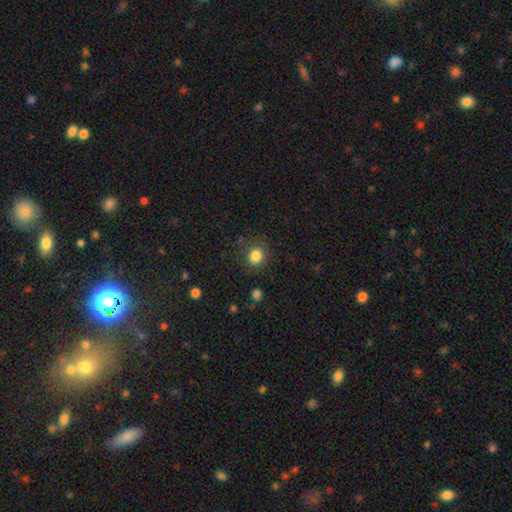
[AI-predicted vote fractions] Q: Smooth or featured?
A: smooth (83%); runner-up: star or artifact (11%)
Q: How rounded?
A: round (82%); runner-up: in between (17%)
Q: Merging?
A: none (80%); runner-up: minor disturbance (13%)